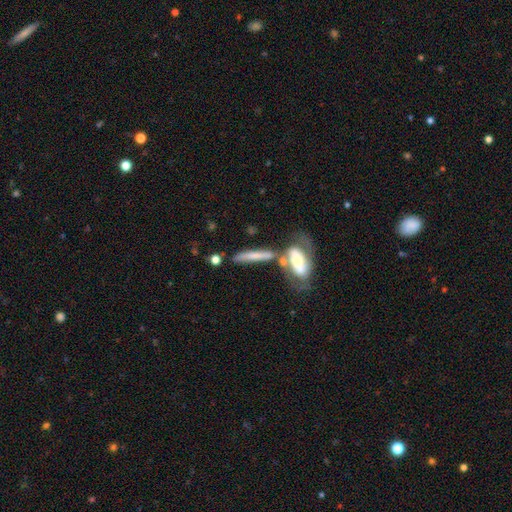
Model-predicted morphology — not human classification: This is possibly a smooth galaxy (52%). How rounded: clearly cigar-shaped (81%). Merging: possibly none (49%).